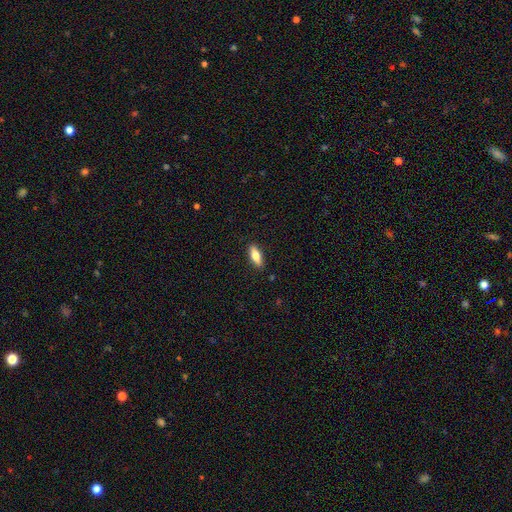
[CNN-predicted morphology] This appears to be a smooth galaxy with no disk features (69%) that is in between round and cigar-shaped (63%). Merging: none (89%).